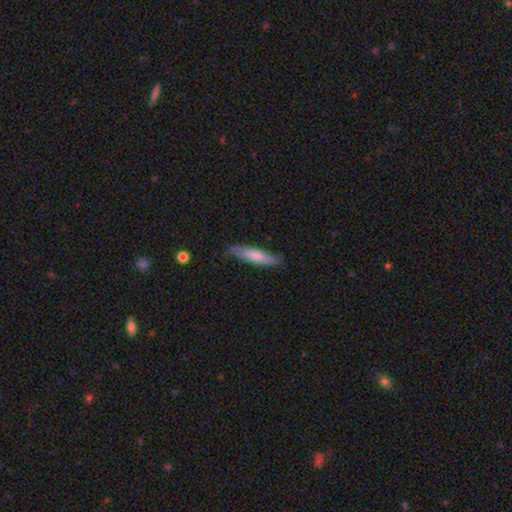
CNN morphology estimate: Smooth or featured?
  - smooth: 71% *
  - featured or disk: 24%
  - star or artifact: 5%
How rounded?
  - cigar-shaped: 81% *
  - in between: 17%
  - round: 1%
Merging?
  - none: 79% *
  - minor disturbance: 17%
  - major disturbance: 3%
  - merger: 1%